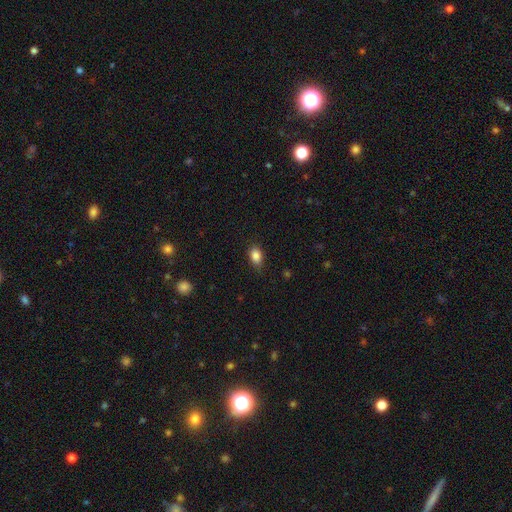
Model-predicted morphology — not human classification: smooth 86%, star or artifact 9%, featured or disk 5%. Down the decision tree: how rounded — in between (82%); merging — none (79%).